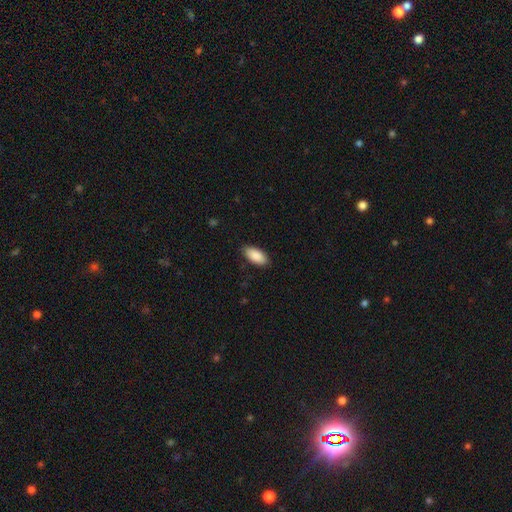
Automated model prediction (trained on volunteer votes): Q: Smooth or featured?
A: smooth (90%); runner-up: star or artifact (6%)
Q: How rounded?
A: in between (92%); runner-up: cigar-shaped (6%)
Q: Merging?
A: none (86%); runner-up: minor disturbance (11%)